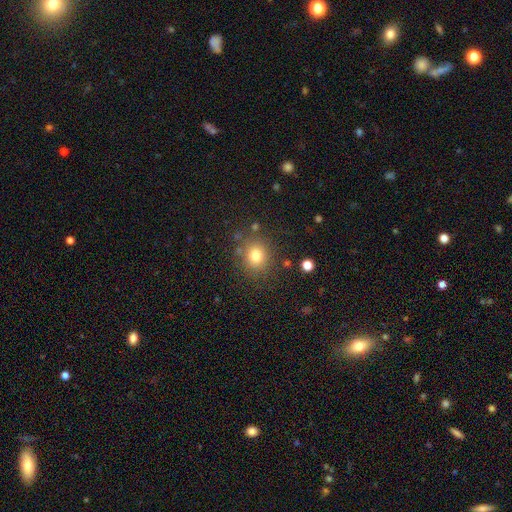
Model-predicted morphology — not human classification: smooth-or-featured: smooth: 77% | star or artifact: 14% | featured or disk: 9%
  how-rounded: round: 80% | in between: 19% | cigar-shaped: 1%
  merging: none: 81% | minor disturbance: 11% | major disturbance: 4% | merger: 4%